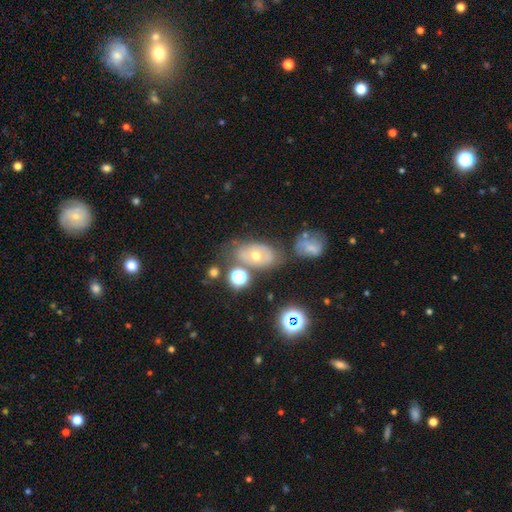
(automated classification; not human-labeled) Overall: featured or disk (46%; smooth 37%). Merging: none (57%; minor disturbance 20%).